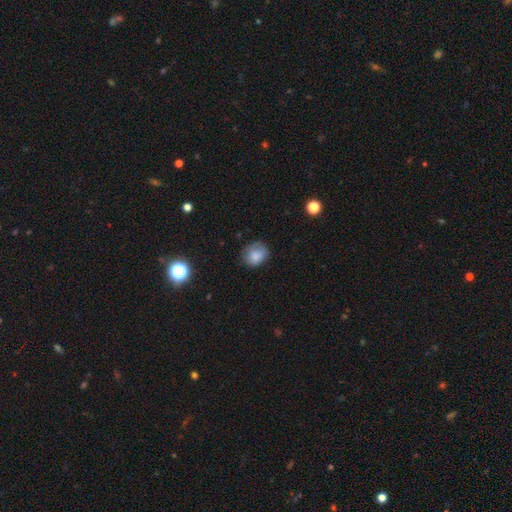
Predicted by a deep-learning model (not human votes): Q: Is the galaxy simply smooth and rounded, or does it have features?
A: smooth — 81%.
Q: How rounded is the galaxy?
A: round — 61%.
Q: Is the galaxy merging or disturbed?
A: none — 67%.